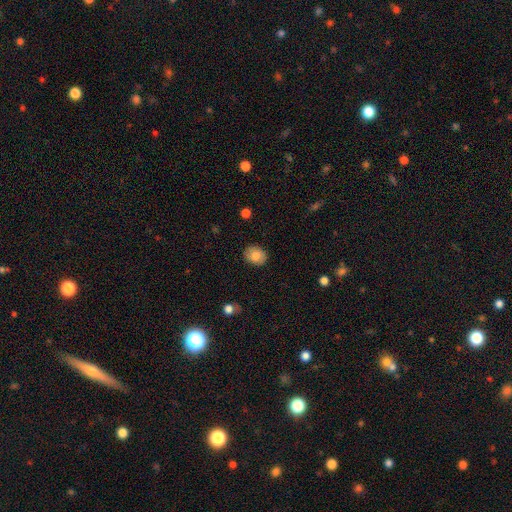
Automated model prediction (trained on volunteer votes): A smooth galaxy with no disk features (77%) that is in between round and cigar-shaped (50%).

Vote fractions:
- Smooth or featured? smooth: 77% / featured or disk: 15% / star or artifact: 8%
- How rounded? in between: 50% / round: 49% / cigar-shaped: 1%
- Merging? none: 87% / minor disturbance: 10% / major disturbance: 2% / merger: 1%